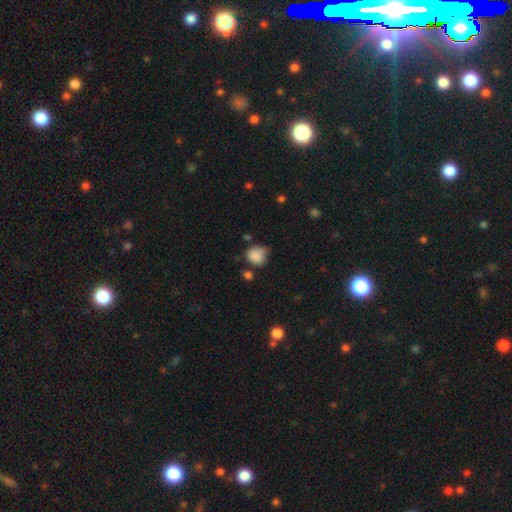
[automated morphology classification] type=smooth (84%); roundness=round (77%); merging=none (50%).